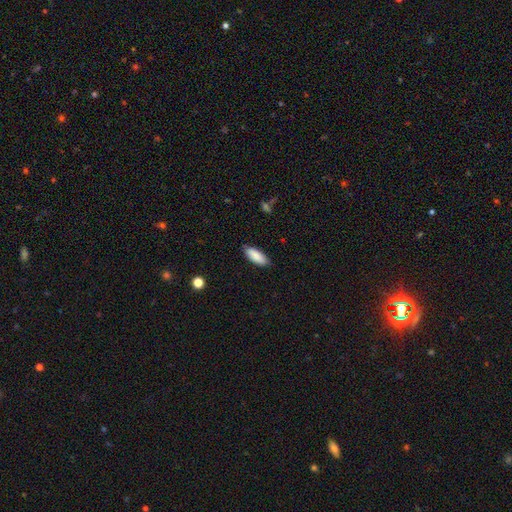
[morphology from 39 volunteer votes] Smooth or featured: smooth — 85% (featured or disk — 15%)
How rounded: in between — 76% (cigar-shaped — 24%)
Merging: none — 77% (minor disturbance — 23%)